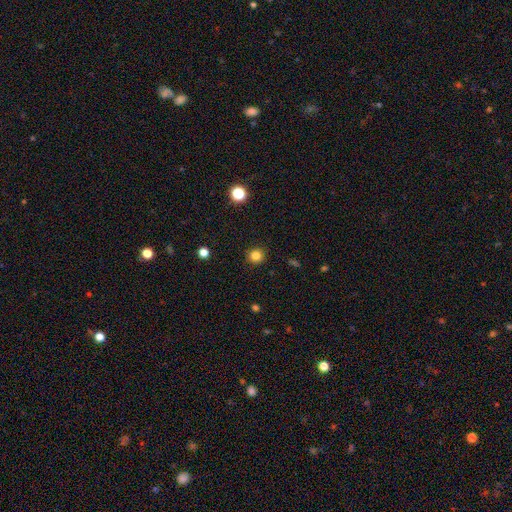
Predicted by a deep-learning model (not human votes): Smooth or featured? Predicted: smooth (p=0.82). How rounded? Predicted: round (p=0.92). Merging? Predicted: none (p=0.92).